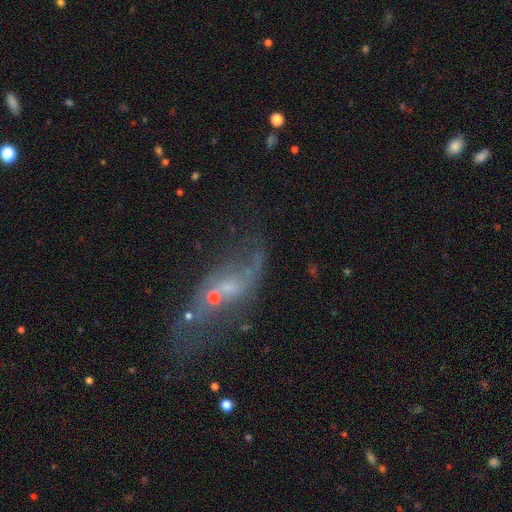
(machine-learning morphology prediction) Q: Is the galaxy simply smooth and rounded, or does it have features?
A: featured or disk — 64%.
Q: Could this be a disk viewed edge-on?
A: no — 87%.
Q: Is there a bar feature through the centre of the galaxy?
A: no — 64%.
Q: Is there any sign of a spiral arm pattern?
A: yes — 57%.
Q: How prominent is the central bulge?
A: small — 55%.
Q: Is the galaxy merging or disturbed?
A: none — 36%.